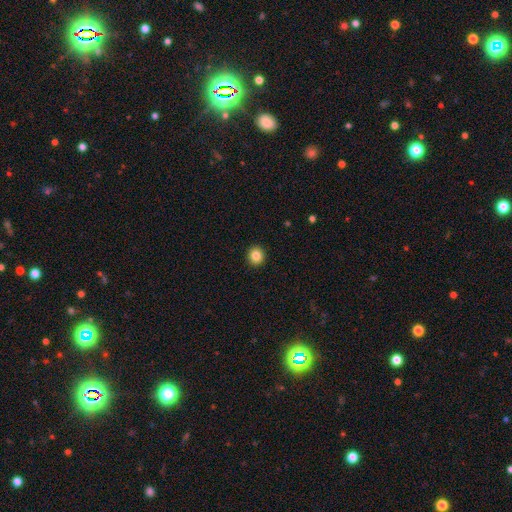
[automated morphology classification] Smooth or featured: smooth — 84% (star or artifact — 10%)
How rounded: round — 88% (in between — 11%)
Merging: none — 93% (minor disturbance — 5%)